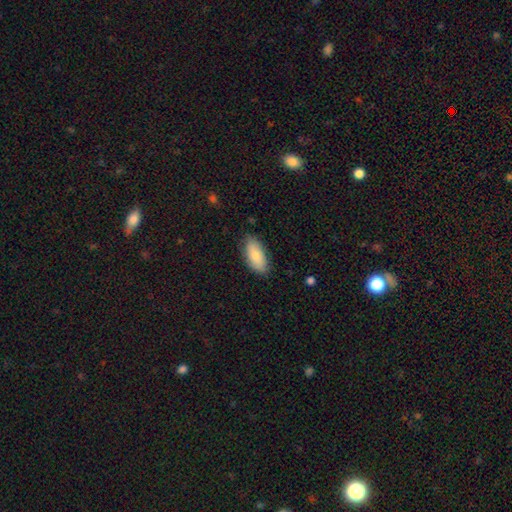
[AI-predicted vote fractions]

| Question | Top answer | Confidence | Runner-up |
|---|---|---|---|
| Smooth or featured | smooth | 82% | featured or disk (12%) |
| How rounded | in between | 90% | cigar-shaped (8%) |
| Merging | none | 82% | minor disturbance (14%) |